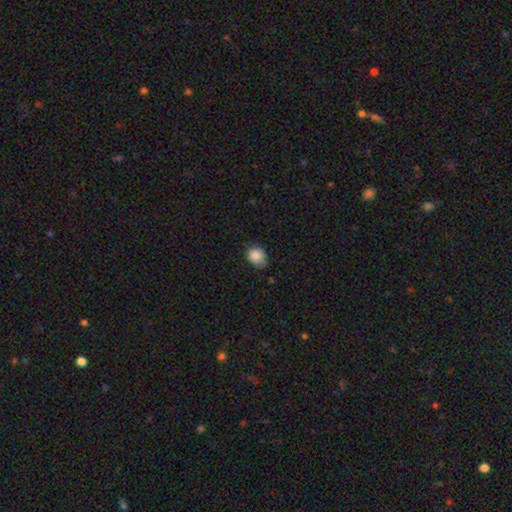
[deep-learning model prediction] Overall: smooth (87%). How rounded: in between (52%; round 47%). Merging: none (64%; minor disturbance 30%).